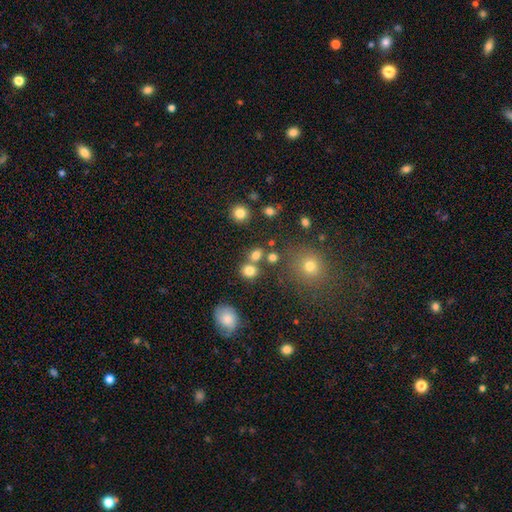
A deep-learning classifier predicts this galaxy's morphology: A smooth galaxy with no disk features (74%) that is round (78%). Merging: none (64%).